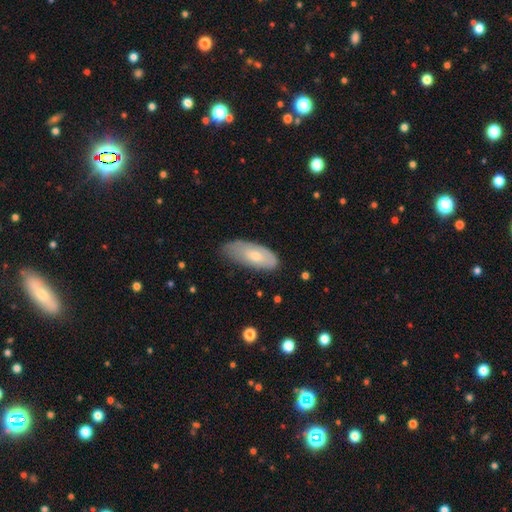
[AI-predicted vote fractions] This appears to be a smooth galaxy with no disk features (62%) that is in between round and cigar-shaped (83%). Merging: none (56%).